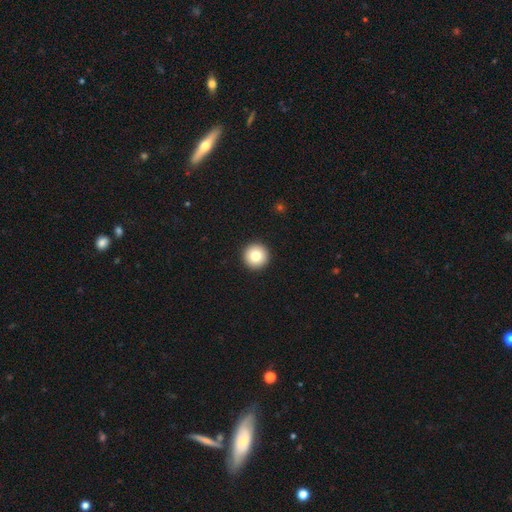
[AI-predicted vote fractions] Smooth or featured?
  - smooth: 82% *
  - featured or disk: 9%
  - star or artifact: 9%
How rounded?
  - round: 97% *
  - in between: 2%
  - cigar-shaped: 1%
Merging?
  - none: 94% *
  - minor disturbance: 4%
  - major disturbance: 1%
  - merger: 1%